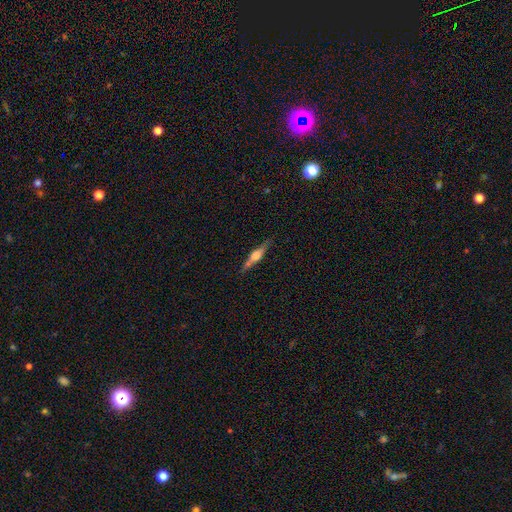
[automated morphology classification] smooth-or-featured: featured or disk: 68% | smooth: 25% | star or artifact: 7%
  disk-edge-on: yes: 96% | no: 4%
    edge-on-bulge: rounded: 82% | boxy: 14% | none: 4%
  merging: none: 82% | minor disturbance: 12% | merger: 3% | major disturbance: 3%